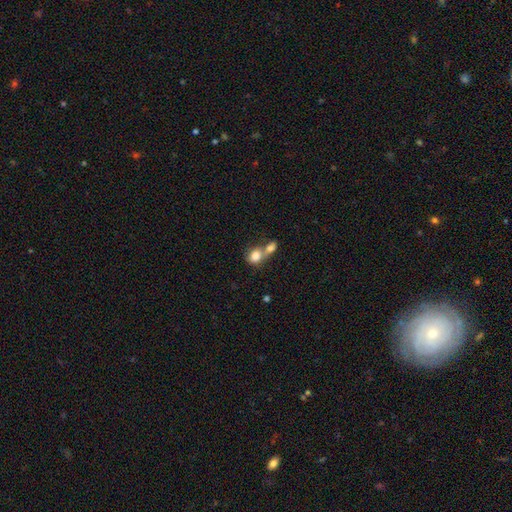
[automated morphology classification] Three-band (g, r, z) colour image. It shows a smooth galaxy with no disk features (81%) that is round (51%). Merging: merger (66%).